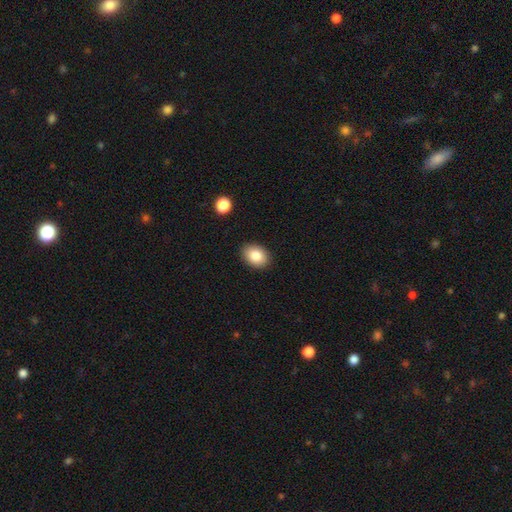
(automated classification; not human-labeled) Smooth or featured? smooth (85%)
How rounded? in between (71%)
Merging? none (89%)